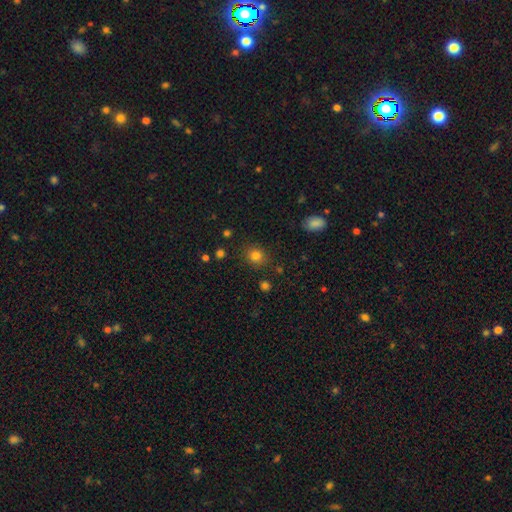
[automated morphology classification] Smooth or featured? Predicted: smooth (p=0.81). How rounded? Predicted: round (p=0.76). Merging? Predicted: none (p=0.85).